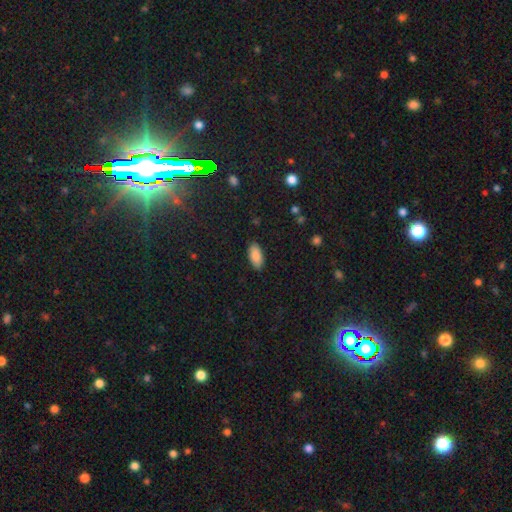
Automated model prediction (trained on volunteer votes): smooth 85%, featured or disk 8%, star or artifact 7%. Down the decision tree: how rounded — in between (92%); merging — none (88%).